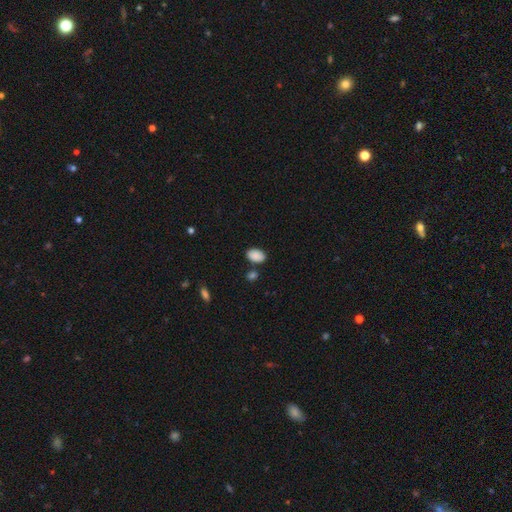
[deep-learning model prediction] Smooth or featured: smooth — 89% (star or artifact — 8%)
How rounded: in between — 89% (round — 10%)
Merging: none — 78% (minor disturbance — 12%)